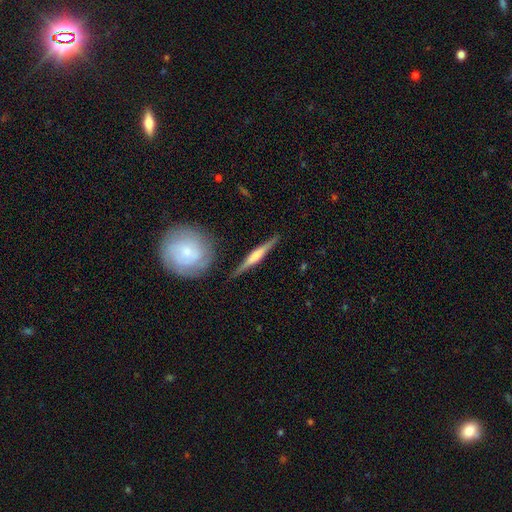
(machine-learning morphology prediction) Smooth or featured? Predicted: featured or disk (p=0.63). Edge-on disk? Predicted: yes (p=0.96). Edge-on bulge? Predicted: rounded (p=0.49). Merging? Predicted: none (p=0.85).